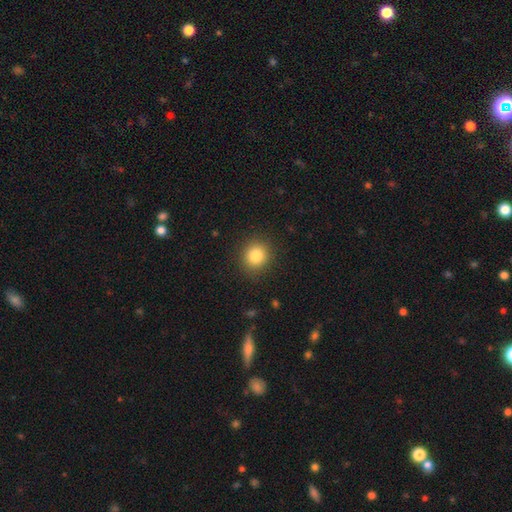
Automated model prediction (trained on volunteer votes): Smooth or featured?
  - smooth: 83% *
  - star or artifact: 11%
  - featured or disk: 6%
How rounded?
  - round: 84% *
  - in between: 15%
  - cigar-shaped: 1%
Merging?
  - none: 88% *
  - minor disturbance: 8%
  - major disturbance: 3%
  - merger: 1%